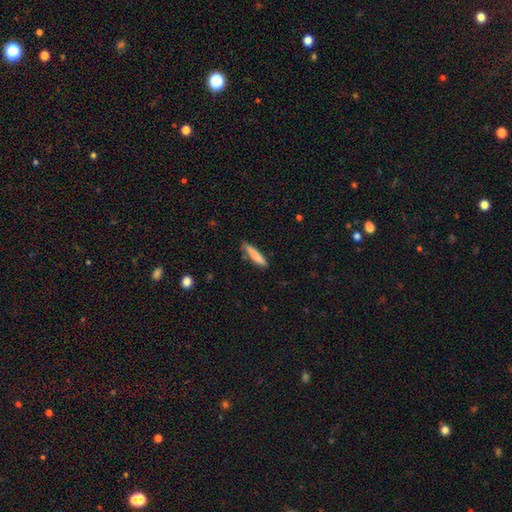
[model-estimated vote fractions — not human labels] Smooth or featured? Predicted: smooth (p=0.80). How rounded? Predicted: cigar-shaped (p=0.89). Merging? Predicted: none (p=0.79).